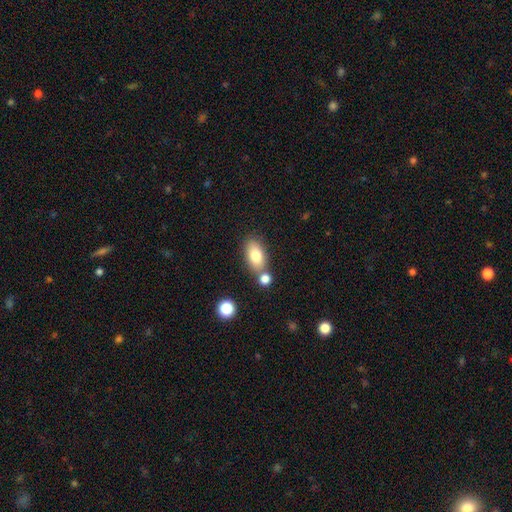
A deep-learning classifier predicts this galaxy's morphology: smooth-or-featured: smooth: 80% | featured or disk: 12% | star or artifact: 8%
  how-rounded: in between: 89% | round: 7% | cigar-shaped: 4%
  merging: none: 64% | merger: 21% | minor disturbance: 12% | major disturbance: 3%